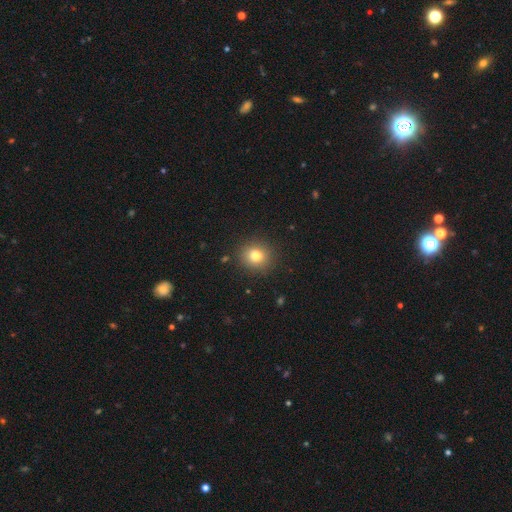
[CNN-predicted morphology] smooth 79%, star or artifact 13%, featured or disk 8%. Down the decision tree: how rounded — round (85%); merging — none (89%).